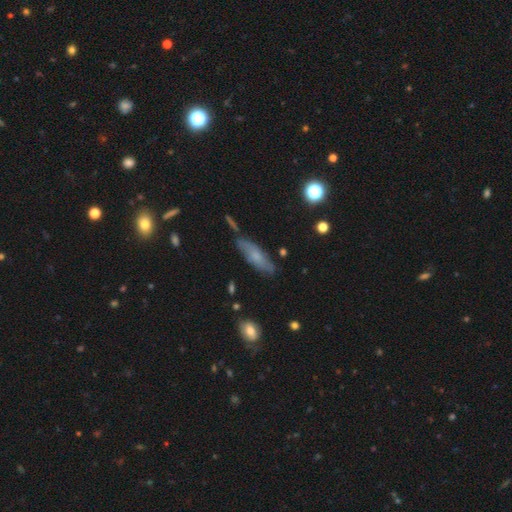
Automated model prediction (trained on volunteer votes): Q: Smooth or featured?
A: smooth (53%); runner-up: featured or disk (38%)
Q: How rounded?
A: in between (50%); runner-up: cigar-shaped (47%)
Q: Merging?
A: none (65%); runner-up: minor disturbance (23%)